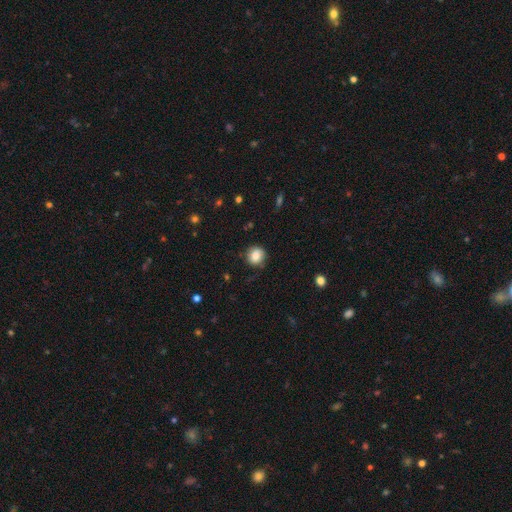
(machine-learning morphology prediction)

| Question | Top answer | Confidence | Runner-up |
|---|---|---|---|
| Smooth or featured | smooth | 84% | star or artifact (9%) |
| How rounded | round | 86% | in between (13%) |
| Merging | none | 81% | minor disturbance (14%) |